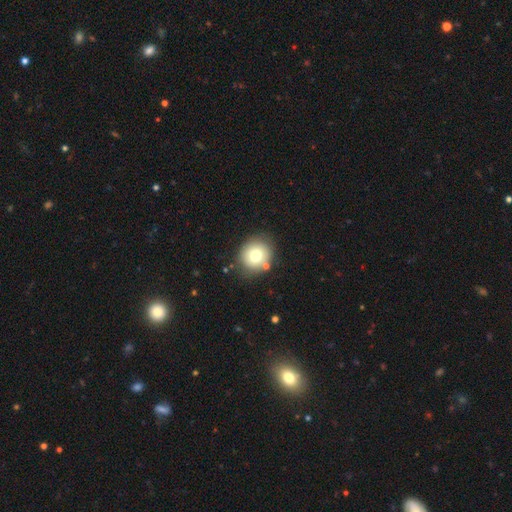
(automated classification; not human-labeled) smooth_or_featured: smooth (p=0.73) [alt: featured or disk p=0.16]
how_rounded: round (p=0.83) [alt: in between p=0.16]
merging: none (p=0.81) [alt: minor disturbance p=0.10]